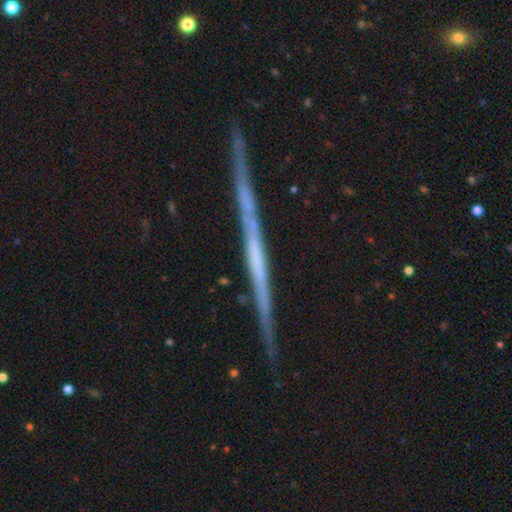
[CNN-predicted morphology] Overall: featured or disk (74%). Edge-on disk: yes (97%). Edge-on bulge: none (83%). Merging: none (89%).